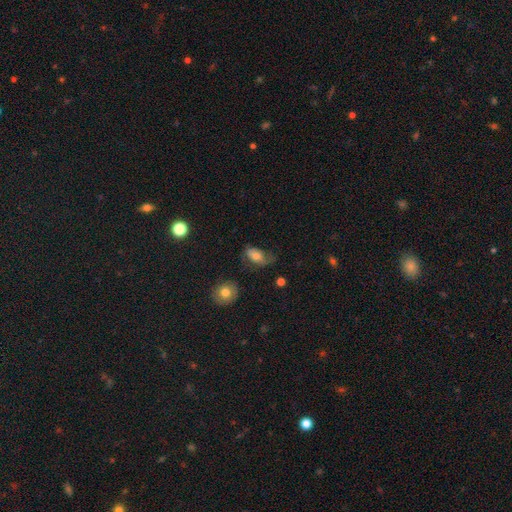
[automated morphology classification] Smooth or featured: smooth — 63% (featured or disk — 28%)
How rounded: in between — 87% (round — 10%)
Merging: none — 38% (minor disturbance — 33%)